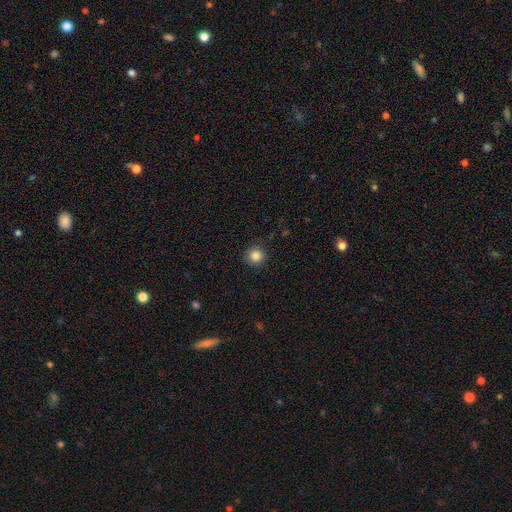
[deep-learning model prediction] smooth-or-featured: smooth: 85% | star or artifact: 11% | featured or disk: 4%
  how-rounded: round: 94% | in between: 5% | cigar-shaped: 1%
  merging: none: 90% | minor disturbance: 7% | major disturbance: 2% | merger: 1%